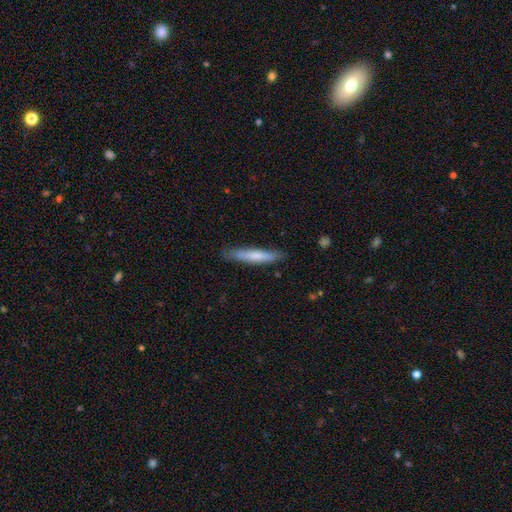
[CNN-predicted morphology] smooth-or-featured: smooth: 67% | featured or disk: 27% | star or artifact: 5%
  how-rounded: cigar-shaped: 92% | in between: 7% | round: 1%
  merging: none: 85% | minor disturbance: 12% | major disturbance: 2% | merger: 1%